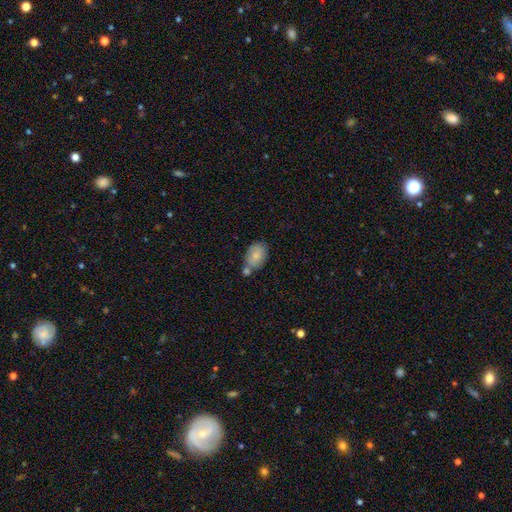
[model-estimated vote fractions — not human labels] A smooth galaxy with no disk features (81%) that is in between round and cigar-shaped (86%).

Vote fractions:
- Smooth or featured? smooth: 81% / featured or disk: 12% / star or artifact: 7%
- How rounded? in between: 86% / round: 13% / cigar-shaped: 1%
- Merging? none: 51% / merger: 28% / minor disturbance: 17% / major disturbance: 4%